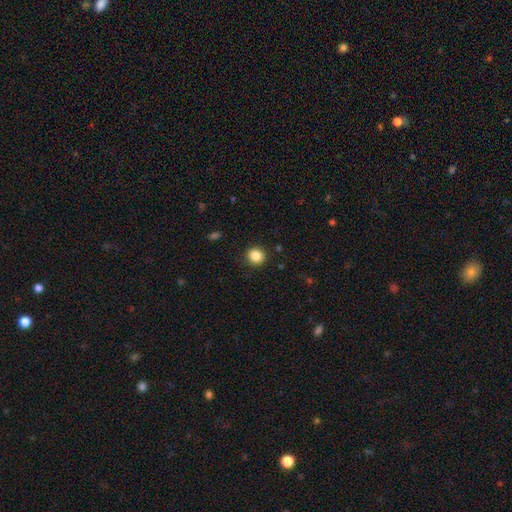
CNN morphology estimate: smooth 86%, star or artifact 10%, featured or disk 4%. Down the decision tree: how rounded — round (88%); merging — none (90%).